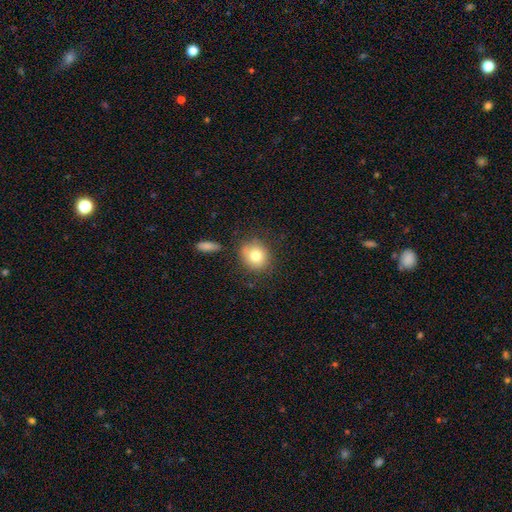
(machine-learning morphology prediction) Smooth or featured: smooth — 77% (featured or disk — 13%)
How rounded: round — 79% (in between — 20%)
Merging: none — 76% (minor disturbance — 14%)